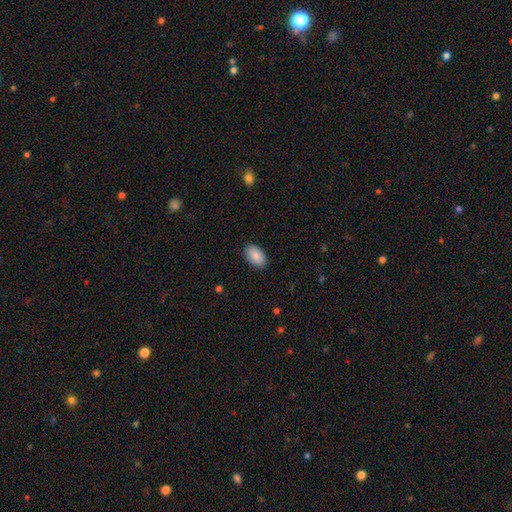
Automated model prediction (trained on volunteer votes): Overall: smooth (90%). How rounded: in between (94%). Merging: none (88%).